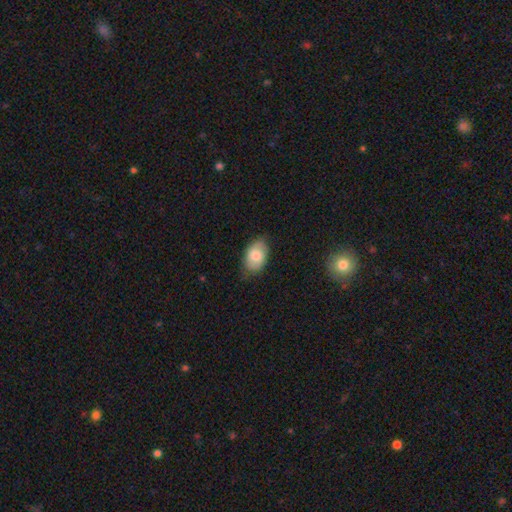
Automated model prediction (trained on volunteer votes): Smooth or featured: smooth — 71% (featured or disk — 23%)
How rounded: in between — 89% (round — 10%)
Merging: none — 73% (minor disturbance — 22%)